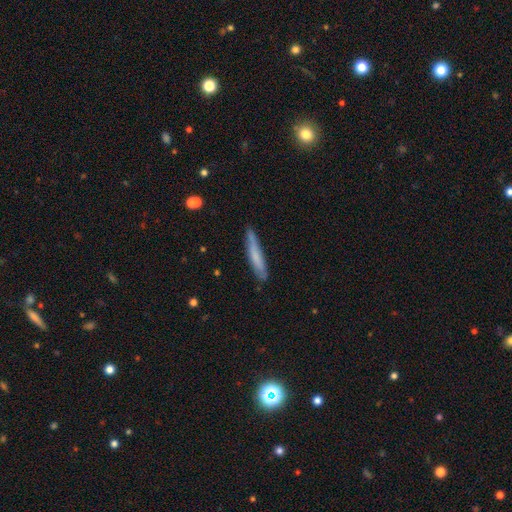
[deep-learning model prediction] smooth-or-featured: smooth: 65% | featured or disk: 28% | star or artifact: 6%
  how-rounded: cigar-shaped: 93% | in between: 5% | round: 1%
  merging: none: 80% | minor disturbance: 16% | major disturbance: 3% | merger: 2%